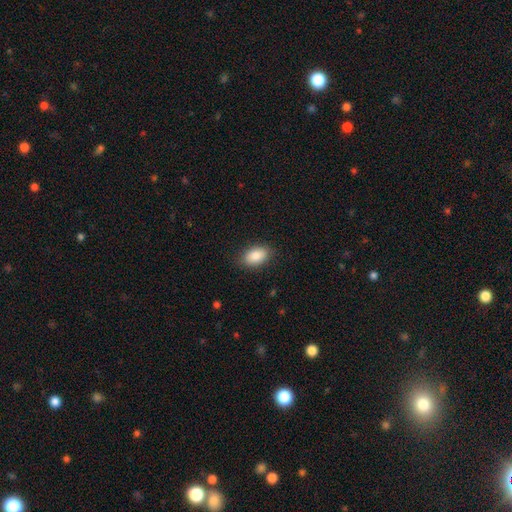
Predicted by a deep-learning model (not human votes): A smooth galaxy with no disk features (86%) that is in between round and cigar-shaped (90%). Merging: none (86%).